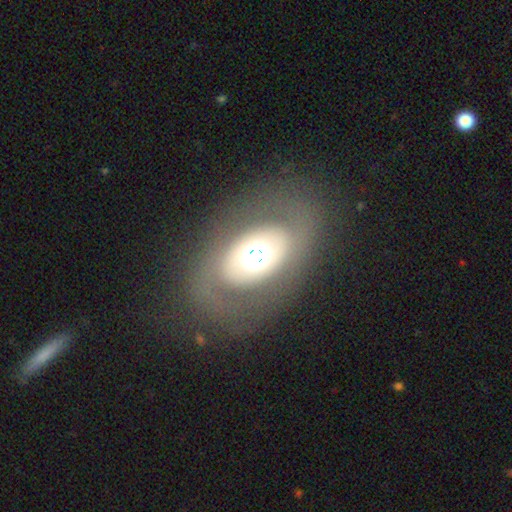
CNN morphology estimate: Smooth or featured?
  - featured or disk: 48% *
  - smooth: 41%
  - star or artifact: 12%
Merging?
  - none: 76% *
  - major disturbance: 11%
  - minor disturbance: 11%
  - merger: 2%